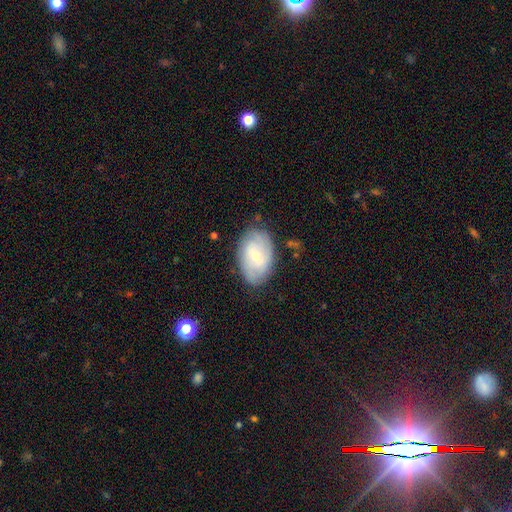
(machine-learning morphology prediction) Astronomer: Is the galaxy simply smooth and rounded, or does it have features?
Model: featured or disk — 59%.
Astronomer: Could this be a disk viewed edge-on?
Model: no — 95%.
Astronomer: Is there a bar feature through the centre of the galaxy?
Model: weak — 51% (runner-up: no, 34%).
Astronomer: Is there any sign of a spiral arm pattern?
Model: yes — 82%.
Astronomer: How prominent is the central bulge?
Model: small — 64%.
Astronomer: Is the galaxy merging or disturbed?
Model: none — 78%.